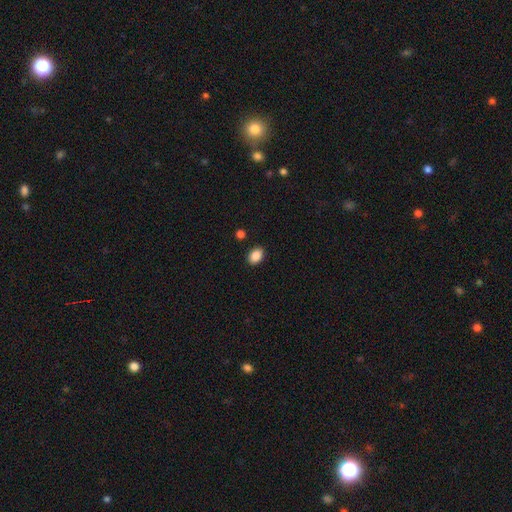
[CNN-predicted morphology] Smooth or featured: smooth — 88% (star or artifact — 8%)
How rounded: in between — 74% (round — 25%)
Merging: none — 88% (minor disturbance — 8%)